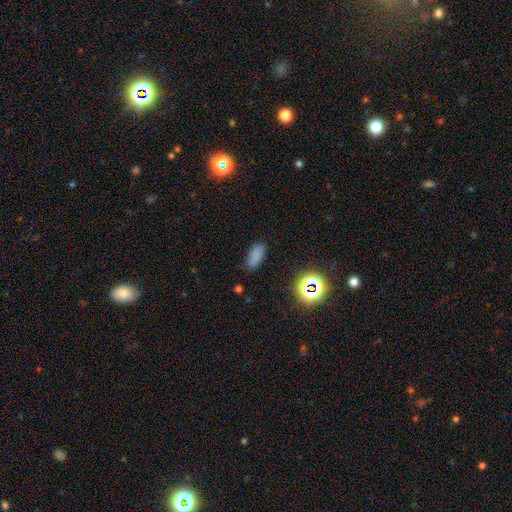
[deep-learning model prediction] Smooth or featured? Predicted: smooth (p=0.77). How rounded? Predicted: in between (p=0.86). Merging? Predicted: none (p=0.79).